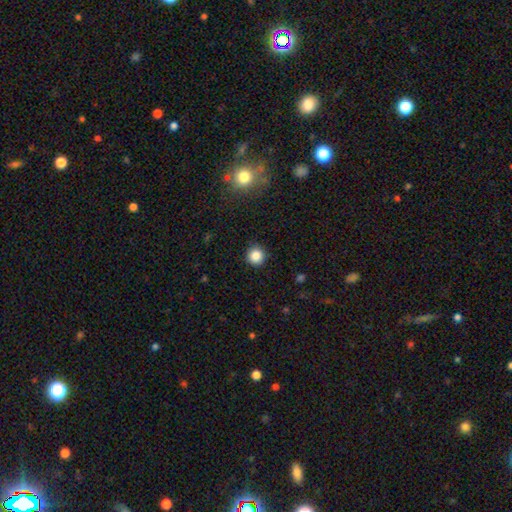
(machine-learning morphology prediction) smooth-or-featured: smooth: 85% | star or artifact: 11% | featured or disk: 4%
  how-rounded: round: 94% | in between: 5% | cigar-shaped: 1%
  merging: none: 91% | minor disturbance: 6% | major disturbance: 2% | merger: 1%